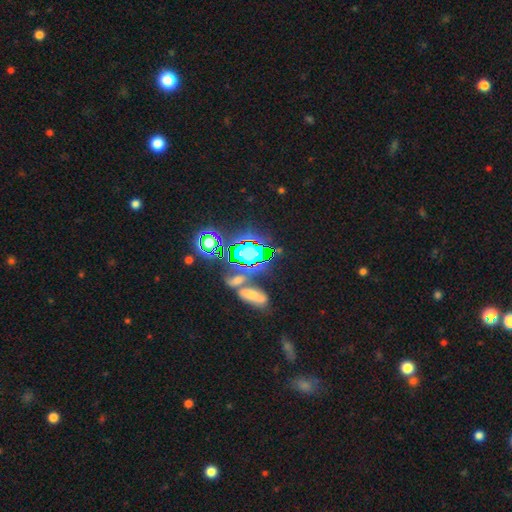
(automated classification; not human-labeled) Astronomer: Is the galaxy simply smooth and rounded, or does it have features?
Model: star or artifact — 72%.